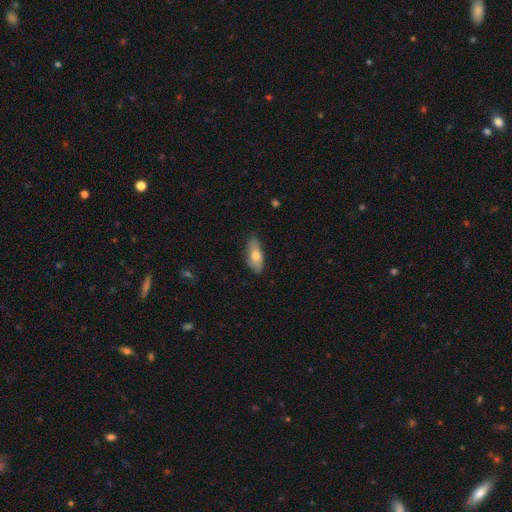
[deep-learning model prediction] smooth-or-featured: smooth: 69% | featured or disk: 25% | star or artifact: 6%
  how-rounded: in between: 79% | cigar-shaped: 18% | round: 3%
  merging: none: 74% | minor disturbance: 21% | major disturbance: 4% | merger: 1%